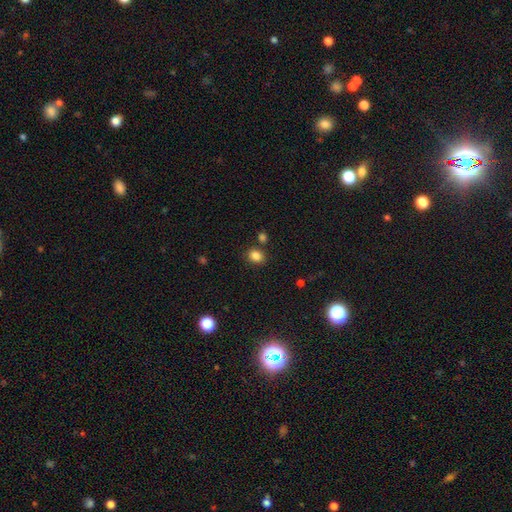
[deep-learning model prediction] smooth 84%, star or artifact 12%, featured or disk 4%. Down the decision tree: how rounded — round (51%); merging — none (80%).